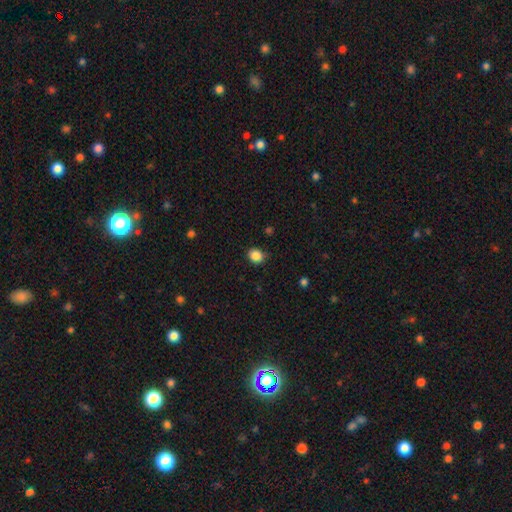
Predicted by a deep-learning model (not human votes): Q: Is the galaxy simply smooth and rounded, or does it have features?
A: smooth — 87%.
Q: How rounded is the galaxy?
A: round — 69%.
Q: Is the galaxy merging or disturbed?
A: none — 82%.